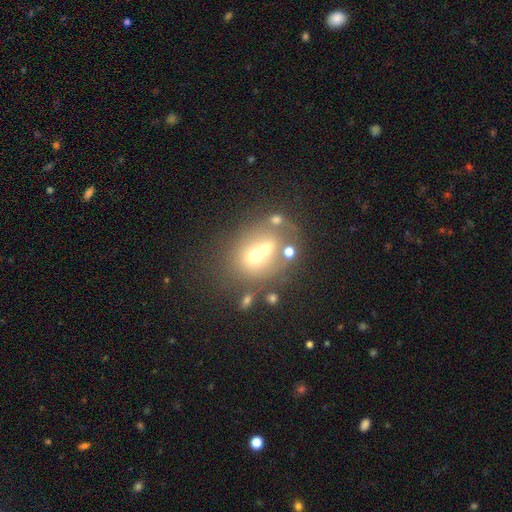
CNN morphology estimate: smooth_or_featured: smooth (p=0.46) [alt: featured or disk p=0.35]
merging: merger (p=0.50) [alt: none p=0.34]